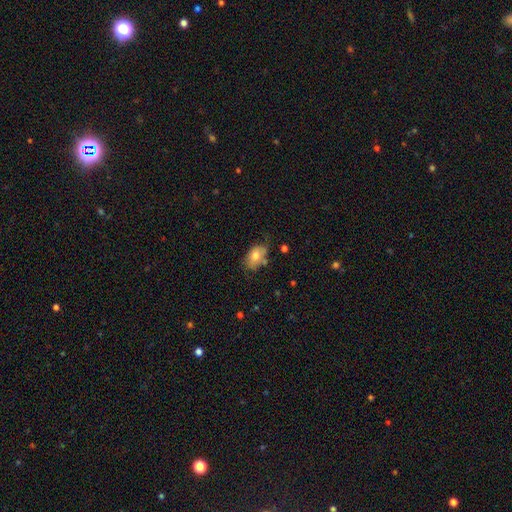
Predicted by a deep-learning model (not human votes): A smooth galaxy with no disk features (76%) that is in between round and cigar-shaped (86%). Merging: none (62%).